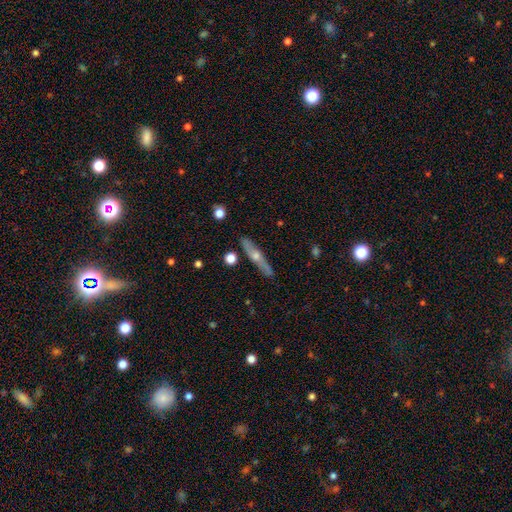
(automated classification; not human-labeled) A featured or disk galaxy (59%) viewed edge-on (88%) with a rounded central bulge (87%).

Vote fractions:
- Smooth or featured? featured or disk: 59% / smooth: 35% / star or artifact: 6%
- Edge-on disk? yes: 88% / no: 12%
- Edge-on bulge? rounded: 87% / none: 11% / boxy: 3%
- Merging? none: 87% / minor disturbance: 10% / major disturbance: 2% / merger: 2%